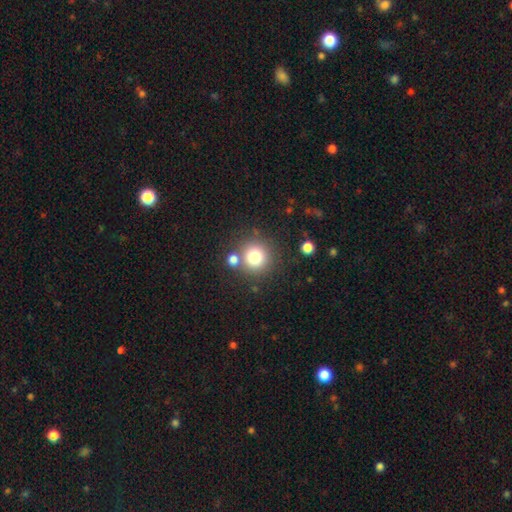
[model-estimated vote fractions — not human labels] Smooth or featured? Predicted: smooth (p=0.78). How rounded? Predicted: round (p=0.93). Merging? Predicted: none (p=0.74).